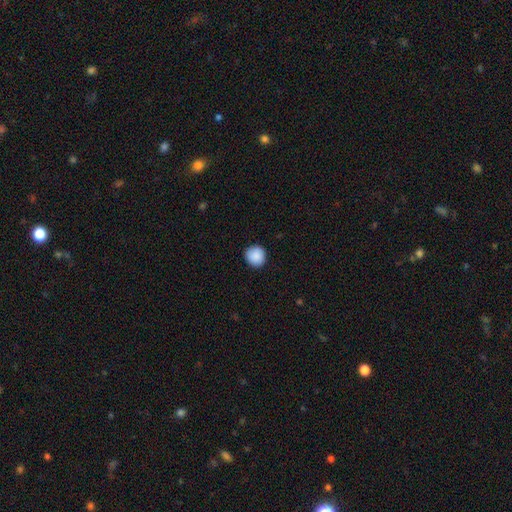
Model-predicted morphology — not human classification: Smooth or featured? smooth (89%)
How rounded? round (93%)
Merging? none (89%)